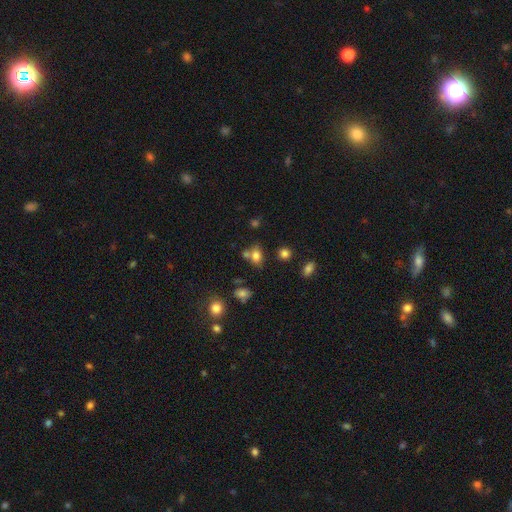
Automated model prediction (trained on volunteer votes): smooth-or-featured: smooth: 76% | star or artifact: 14% | featured or disk: 10%
  how-rounded: in between: 57% | round: 41% | cigar-shaped: 2%
  merging: none: 54% | merger: 26% | minor disturbance: 14% | major disturbance: 5%